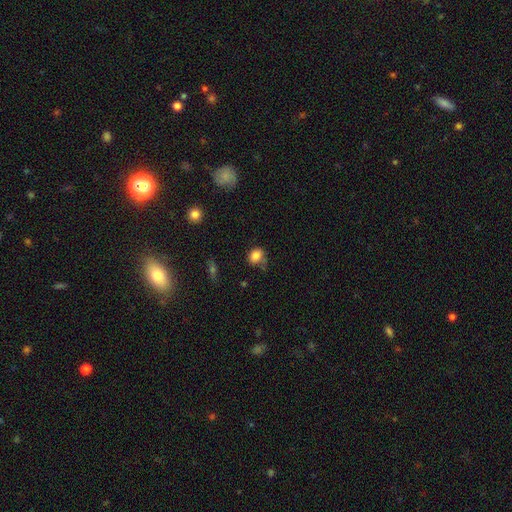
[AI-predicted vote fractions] smooth-or-featured: smooth: 83% | star or artifact: 10% | featured or disk: 6%
  how-rounded: round: 57% | in between: 42% | cigar-shaped: 1%
  merging: none: 56% | minor disturbance: 30% | major disturbance: 9% | merger: 5%